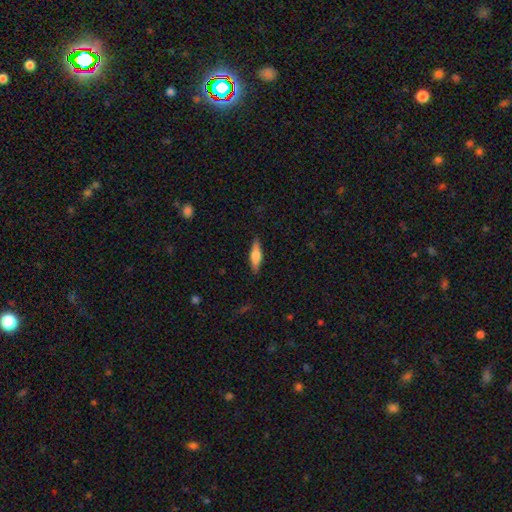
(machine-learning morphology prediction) Smooth or featured?
  - smooth: 54% *
  - featured or disk: 39%
  - star or artifact: 6%
How rounded?
  - cigar-shaped: 65% *
  - in between: 32%
  - round: 2%
Merging?
  - none: 88% *
  - minor disturbance: 8%
  - major disturbance: 2%
  - merger: 1%